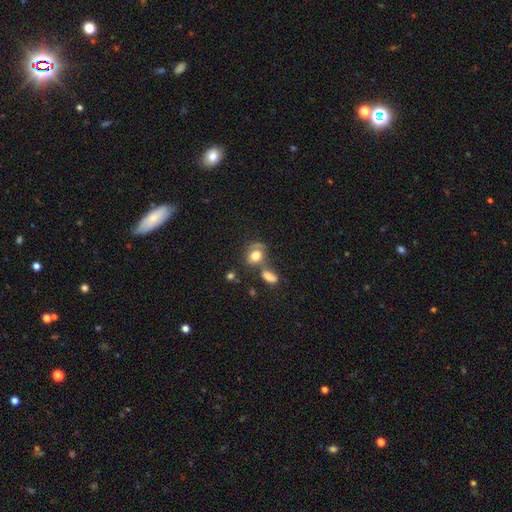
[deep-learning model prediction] A smooth galaxy with no disk features (71%) that is in between round and cigar-shaped (55%). Merging: none (40%).